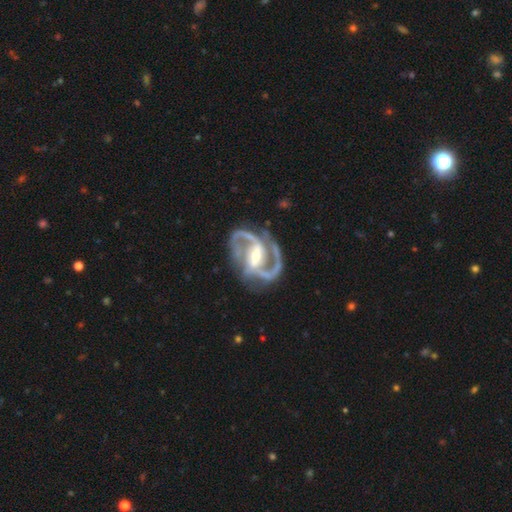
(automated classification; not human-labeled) Overall: featured or disk (93%). Edge-on disk: no (98%). Bar: strong (55%; weak 33%). Spiral arms: yes (98%). Spiral arm count: 2 (90%). Spiral winding: medium (63%). Bulge size: moderate (57%; small 37%). Merging: none (73%).